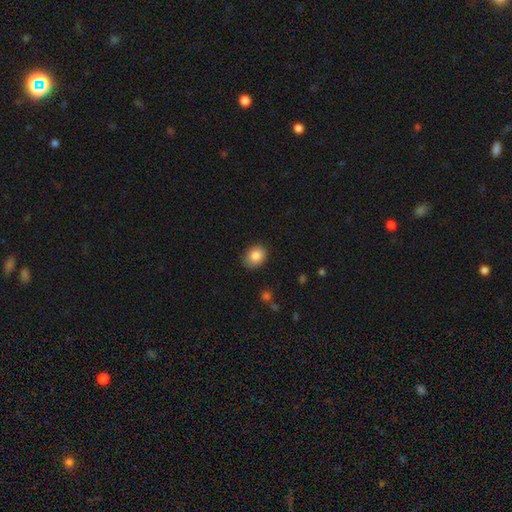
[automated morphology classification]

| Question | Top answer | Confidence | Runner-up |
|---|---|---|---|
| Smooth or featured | smooth | 85% | star or artifact (8%) |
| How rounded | in between | 58% | round (41%) |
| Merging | none | 85% | minor disturbance (12%) |